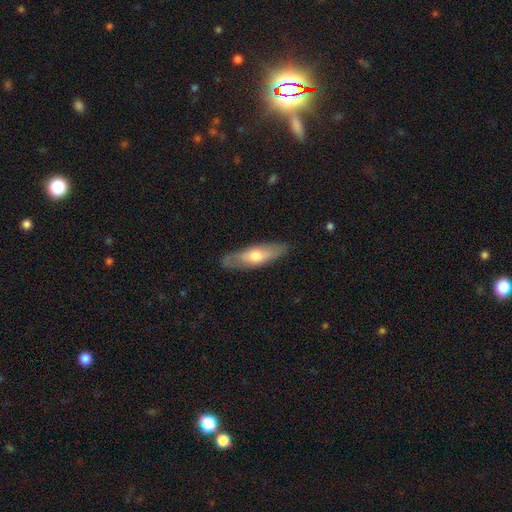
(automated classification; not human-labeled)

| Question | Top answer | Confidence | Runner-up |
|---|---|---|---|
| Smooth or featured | smooth | 54% | featured or disk (41%) |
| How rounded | cigar-shaped | 50% | in between (47%) |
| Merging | none | 82% | minor disturbance (14%) |